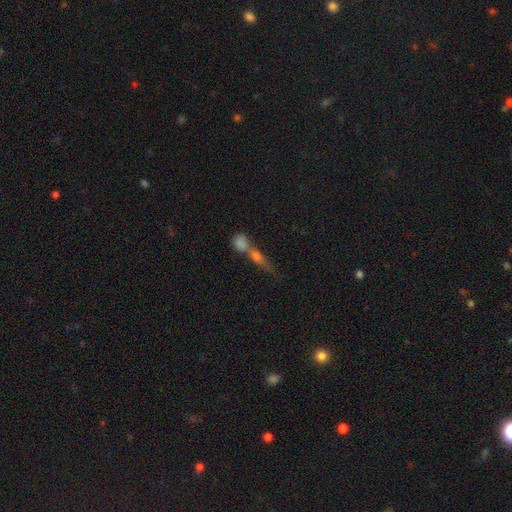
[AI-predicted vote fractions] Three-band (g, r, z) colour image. It shows a smooth galaxy with no disk features (49%). Merging: merger (52%).